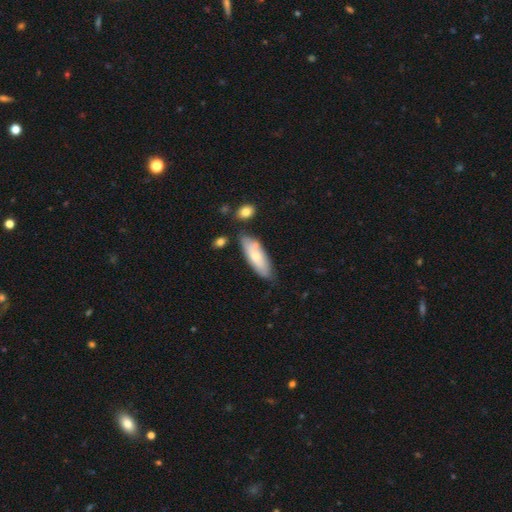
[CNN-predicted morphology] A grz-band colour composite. It shows a smooth galaxy with no disk features (57%) that is in between round and cigar-shaped (70%). Merging: none (69%).